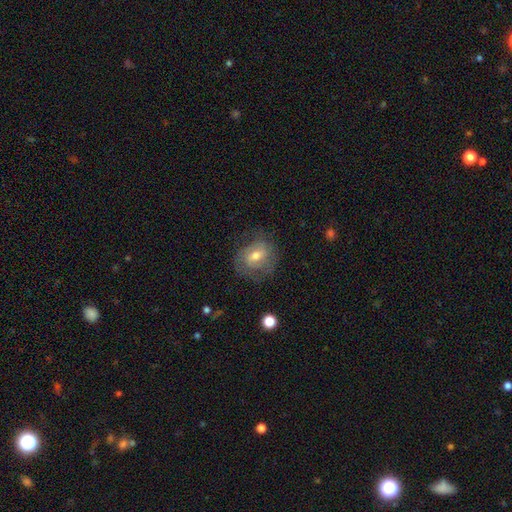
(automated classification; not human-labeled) featured or disk 50%, smooth 41%, star or artifact 9%. Down the decision tree: merging — none (65%).